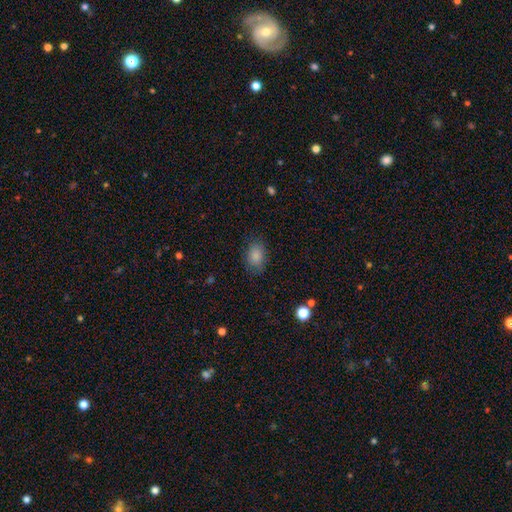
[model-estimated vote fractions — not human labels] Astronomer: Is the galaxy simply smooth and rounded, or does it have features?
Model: smooth — 86%.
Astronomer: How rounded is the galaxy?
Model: in between — 80%.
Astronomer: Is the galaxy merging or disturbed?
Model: none — 80%.